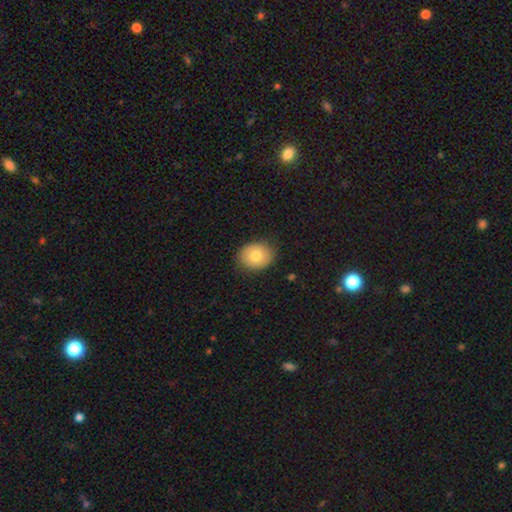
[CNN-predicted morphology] This is likely a smooth galaxy (78%). How rounded: possibly in between (53%). Merging: clearly none (85%).